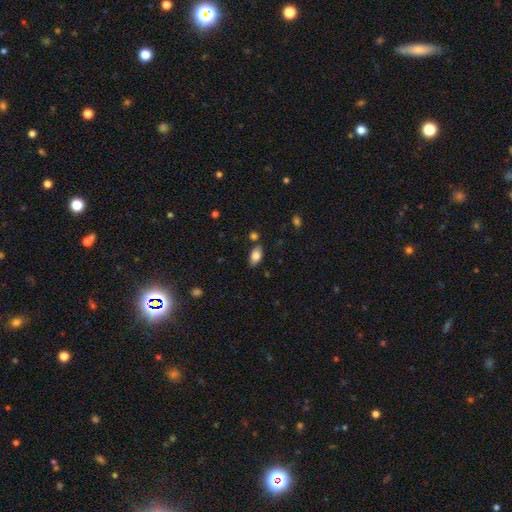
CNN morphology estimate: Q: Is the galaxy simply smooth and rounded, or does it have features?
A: smooth — 83%.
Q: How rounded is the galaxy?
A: in between — 91%.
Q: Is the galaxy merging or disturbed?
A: none — 77%.